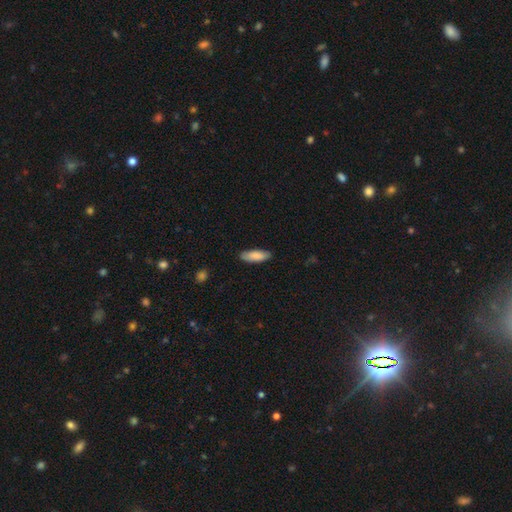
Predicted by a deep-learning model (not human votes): Morphology: type=smooth (86%); roundness=in between (62%); merging=none (85%).